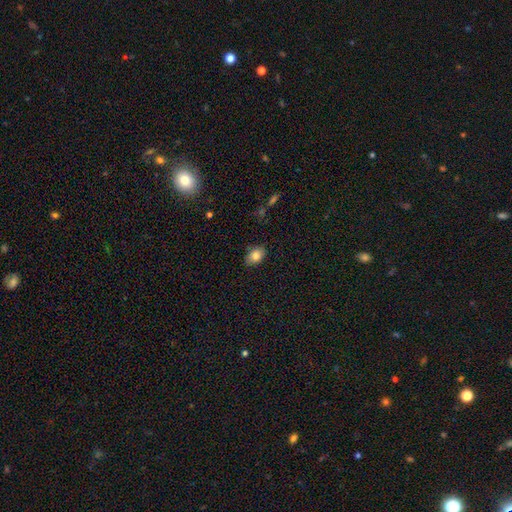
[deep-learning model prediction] Morphology: type=smooth (82%); roundness=in between (82%); merging=none (84%).